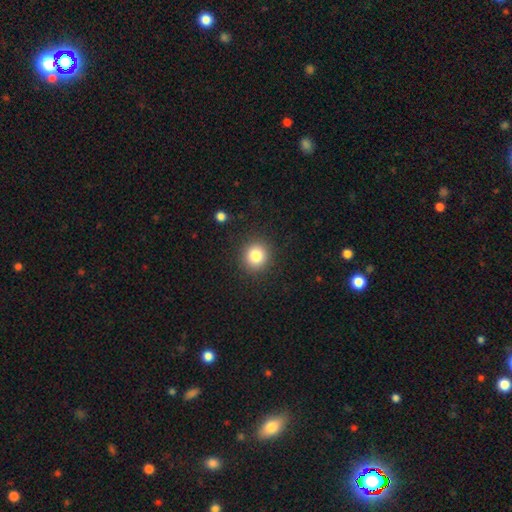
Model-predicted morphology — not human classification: The model was most divided on "smooth or featured": smooth: 82%, star or artifact: 11%, featured or disk: 7%. More confident: merging — none (90%); how rounded — round (88%).